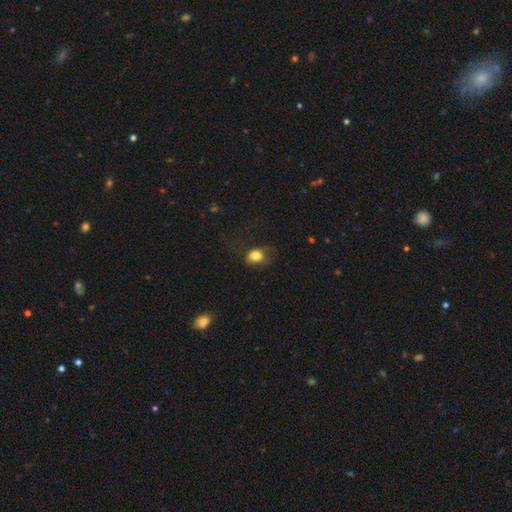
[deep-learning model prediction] Smooth or featured? Predicted: smooth (p=0.80). How rounded? Predicted: in between (p=0.52). Merging? Predicted: none (p=0.49).